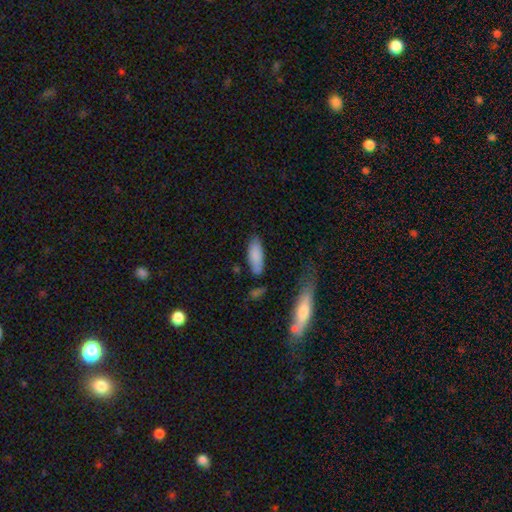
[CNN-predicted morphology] Smooth or featured?
  - smooth: 85% *
  - featured or disk: 9%
  - star or artifact: 6%
How rounded?
  - in between: 76% *
  - cigar-shaped: 22%
  - round: 2%
Merging?
  - none: 71% *
  - minor disturbance: 19%
  - major disturbance: 5%
  - merger: 5%